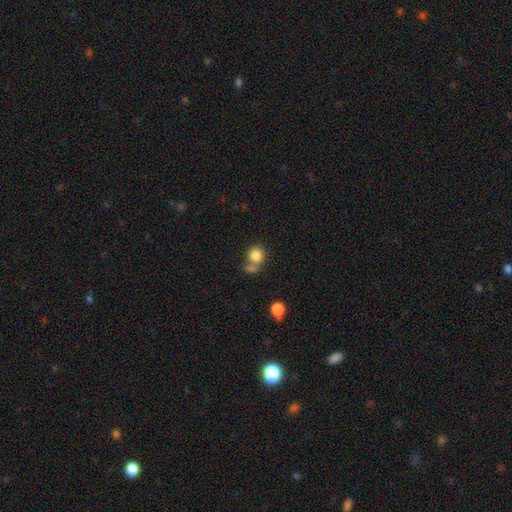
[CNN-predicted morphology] Smooth or featured?
  - smooth: 83% *
  - star or artifact: 10%
  - featured or disk: 7%
How rounded?
  - round: 85% *
  - in between: 14%
  - cigar-shaped: 1%
Merging?
  - none: 53% *
  - merger: 32%
  - minor disturbance: 10%
  - major disturbance: 5%